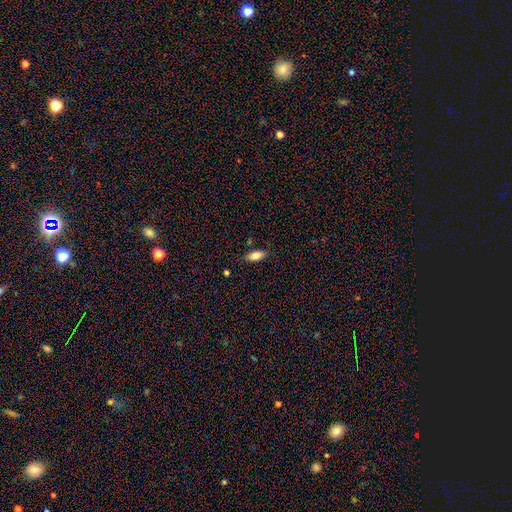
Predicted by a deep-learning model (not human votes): smooth-or-featured: smooth: 79% | featured or disk: 14% | star or artifact: 7%
  how-rounded: in between: 82% | cigar-shaped: 16% | round: 2%
  merging: none: 84% | minor disturbance: 11% | major disturbance: 2% | merger: 2%